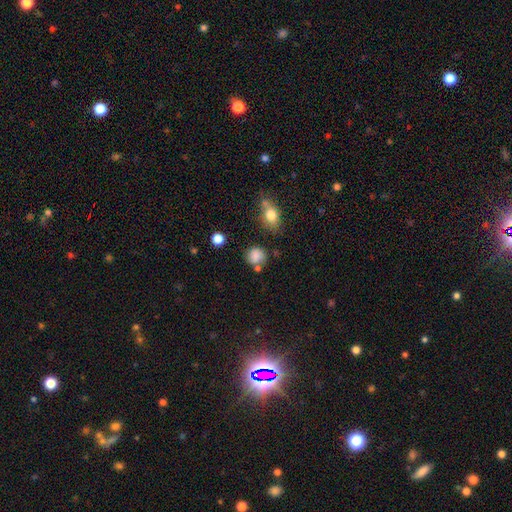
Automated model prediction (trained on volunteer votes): Q: Smooth or featured?
A: smooth (79%); runner-up: star or artifact (12%)
Q: How rounded?
A: round (78%); runner-up: in between (21%)
Q: Merging?
A: none (63%); runner-up: minor disturbance (19%)